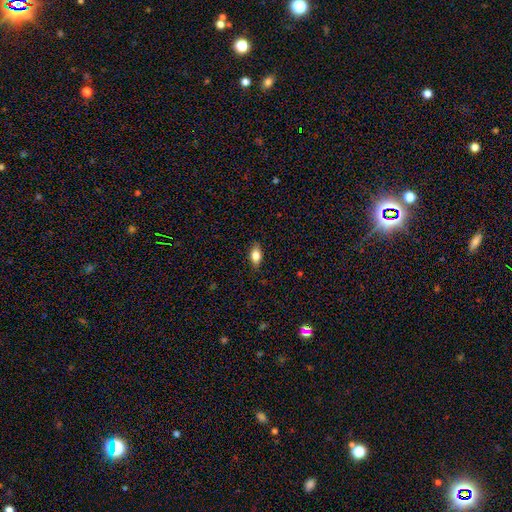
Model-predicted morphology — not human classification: This appears to be a smooth galaxy with no disk features (76%) that is in between round and cigar-shaped (85%). Merging: none (84%).